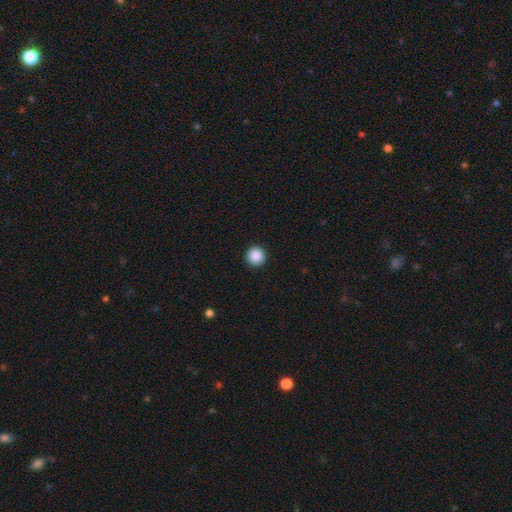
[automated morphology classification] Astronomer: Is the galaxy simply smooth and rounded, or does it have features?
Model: smooth — 89%.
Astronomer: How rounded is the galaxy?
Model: round — 96%.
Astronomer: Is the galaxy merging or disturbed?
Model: none — 93%.